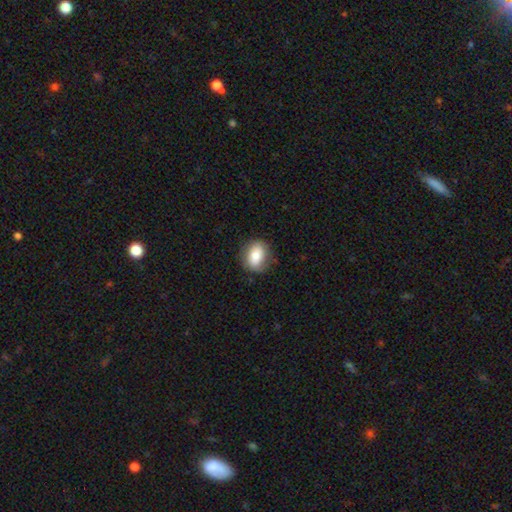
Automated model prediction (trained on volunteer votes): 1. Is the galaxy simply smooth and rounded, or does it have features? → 78% smooth, 14% featured or disk, 8% star or artifact.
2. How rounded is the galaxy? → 63% in between, 36% round, 1% cigar-shaped.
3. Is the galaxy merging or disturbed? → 82% none, 14% minor disturbance, 4% major disturbance, 1% merger.